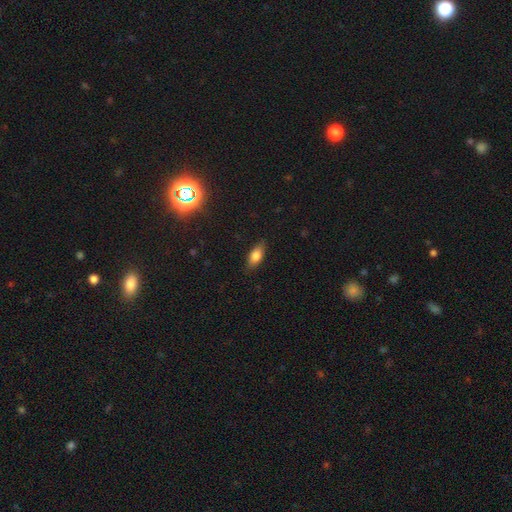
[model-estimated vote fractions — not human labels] Morphology: type=smooth (78%); roundness=in between (81%); merging=none (85%).